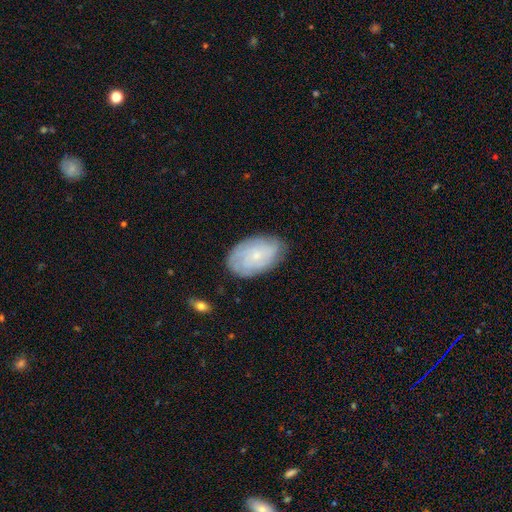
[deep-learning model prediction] Smooth or featured?
  - featured or disk: 56% *
  - smooth: 36%
  - star or artifact: 8%
Edge-on disk?
  - no: 96% *
  - yes: 4%
Bar?
  - no: 81% *
  - weak: 16%
  - strong: 2%
Spiral arms?
  - yes: 85% *
  - no: 15%
Bulge size?
  - small: 78% *
  - moderate: 16%
  - none: 4%
  - large: 1%
  - dominant: 1%
Merging?
  - none: 78% *
  - minor disturbance: 17%
  - major disturbance: 4%
  - merger: 1%